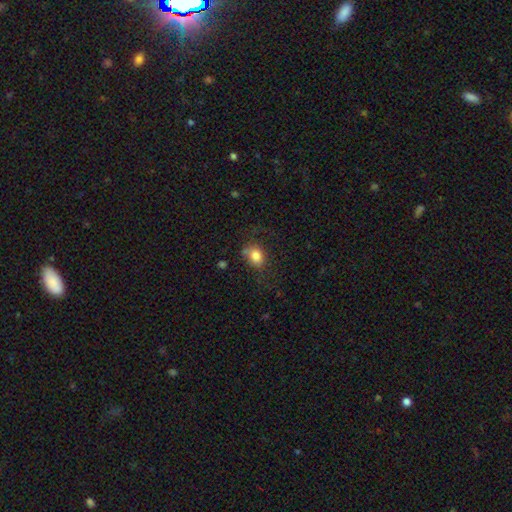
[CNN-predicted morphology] type=smooth (82%); roundness=in between (50%); merging=none (63%).